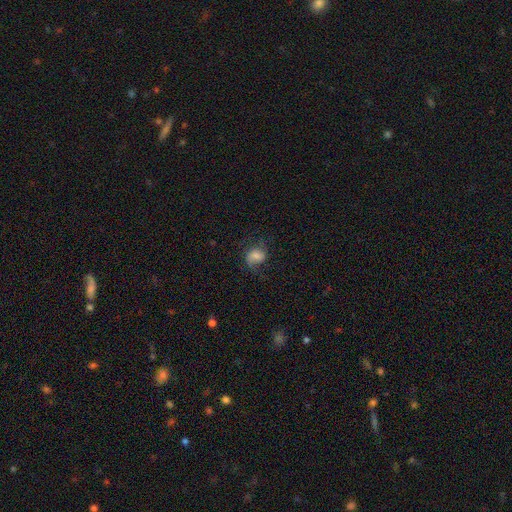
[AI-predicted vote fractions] Smooth or featured? Predicted: smooth (p=0.56). How rounded? Predicted: in between (p=0.56). Merging? Predicted: none (p=0.55).